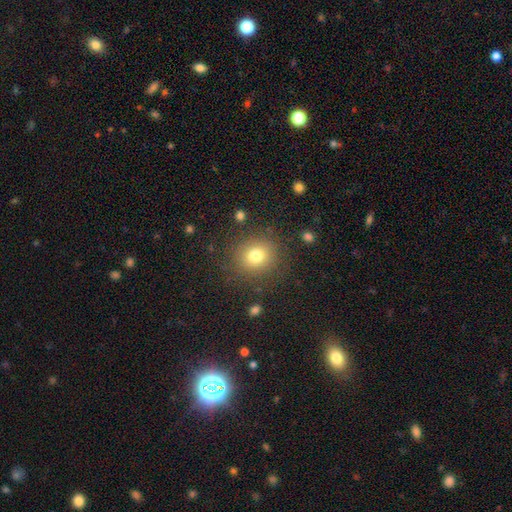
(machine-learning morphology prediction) smooth_or_featured: smooth (p=0.77) [alt: star or artifact p=0.14]
how_rounded: round (p=0.86) [alt: in between p=0.13]
merging: none (p=0.85) [alt: minor disturbance p=0.09]